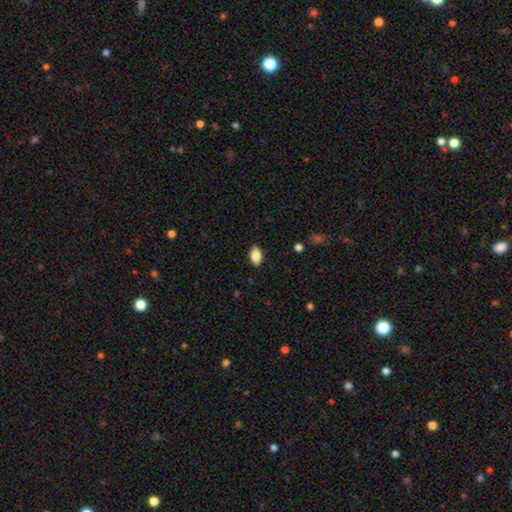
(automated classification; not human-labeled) Q: Smooth or featured?
A: smooth (84%); runner-up: featured or disk (8%)
Q: How rounded?
A: in between (91%); runner-up: round (6%)
Q: Merging?
A: none (88%); runner-up: minor disturbance (9%)